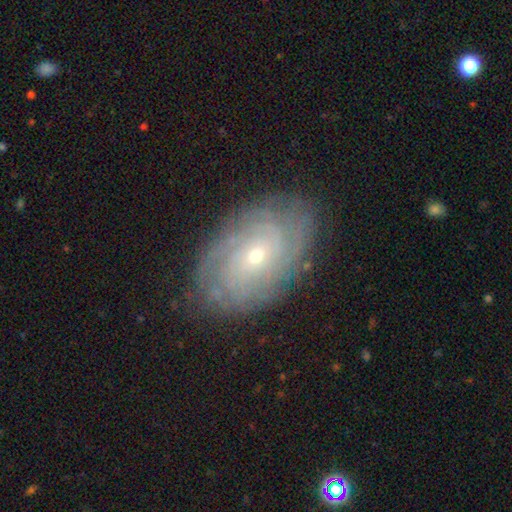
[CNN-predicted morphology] Smooth or featured? featured or disk (80%)
Edge-on disk? no (95%)
Bar? no (69%)
Spiral arms? yes (94%)
Spiral winding? tight (79%)
Spiral arm count? can't tell (43%)
Bulge size? small (67%)
Merging? none (83%)